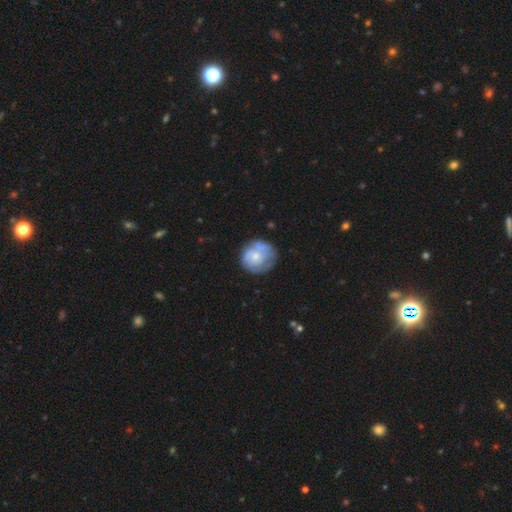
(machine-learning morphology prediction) A featured or disk galaxy (50%). Merging: none (62%).